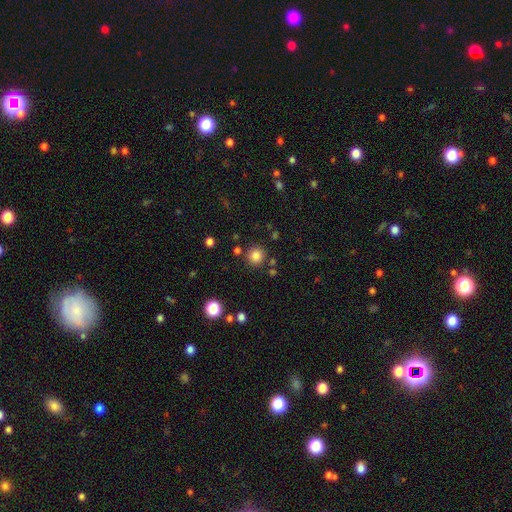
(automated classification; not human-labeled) Smooth or featured?
  - smooth: 83% *
  - star or artifact: 13%
  - featured or disk: 5%
How rounded?
  - round: 93% *
  - in between: 6%
  - cigar-shaped: 1%
Merging?
  - none: 87% *
  - minor disturbance: 7%
  - merger: 4%
  - major disturbance: 3%